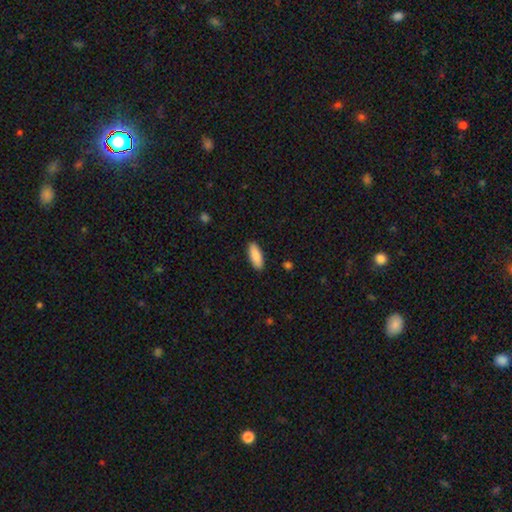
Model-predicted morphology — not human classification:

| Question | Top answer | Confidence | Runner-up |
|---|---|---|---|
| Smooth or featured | smooth | 89% | featured or disk (6%) |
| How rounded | in between | 73% | cigar-shaped (25%) |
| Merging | none | 90% | minor disturbance (8%) |